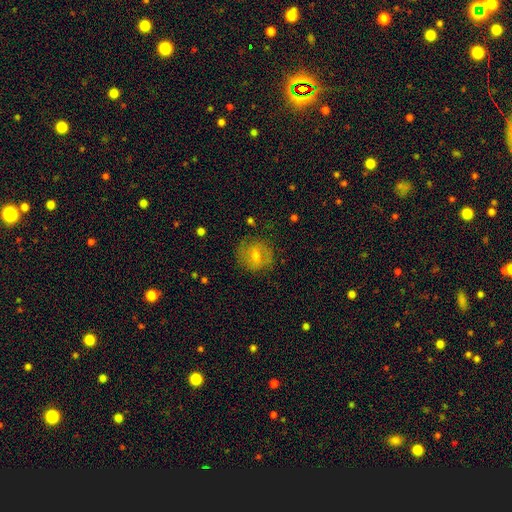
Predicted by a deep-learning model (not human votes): smooth-or-featured: smooth: 50% | featured or disk: 39% | star or artifact: 11%
  how-rounded: round: 78% | in between: 20% | cigar-shaped: 1%
  merging: none: 77% | minor disturbance: 15% | major disturbance: 7% | merger: 1%